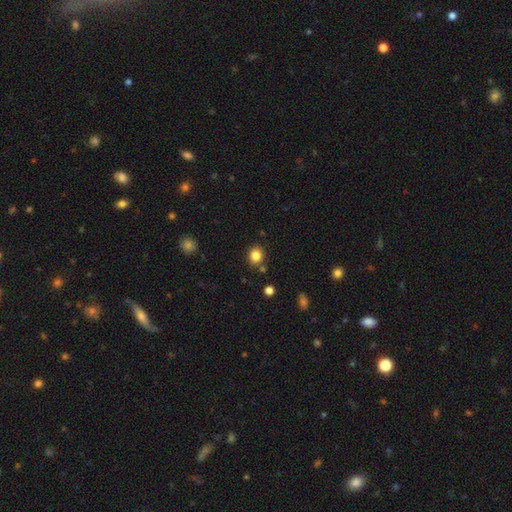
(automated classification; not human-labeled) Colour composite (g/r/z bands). It shows a smooth galaxy with no disk features (84%) that is round (71%). Merging: none (83%).